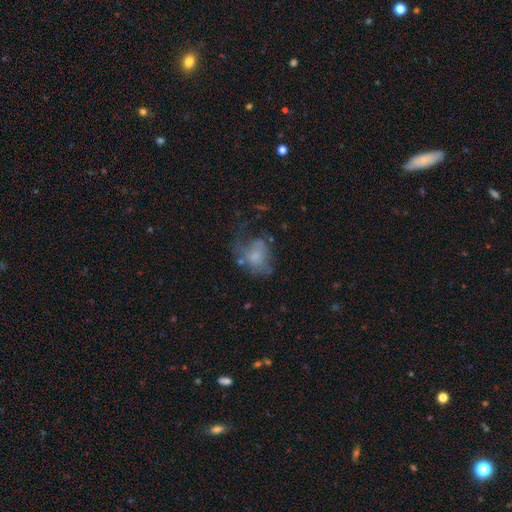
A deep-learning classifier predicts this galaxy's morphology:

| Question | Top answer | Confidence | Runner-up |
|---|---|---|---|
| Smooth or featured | smooth | 55% | featured or disk (34%) |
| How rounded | in between | 67% | round (31%) |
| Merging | major disturbance | 46% | none (25%) |